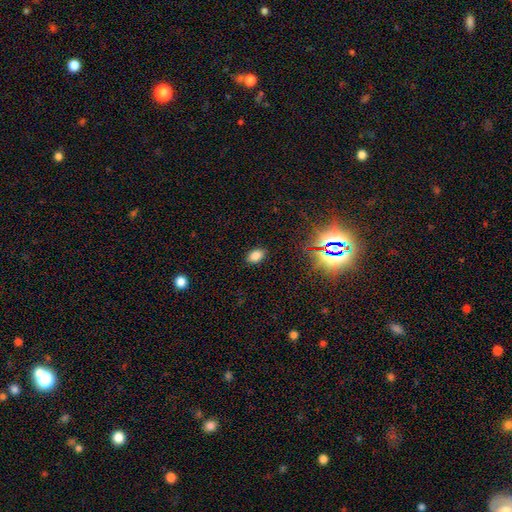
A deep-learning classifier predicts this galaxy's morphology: This appears to be a smooth galaxy with no disk features (78%) that is in between round and cigar-shaped (88%). Merging: none (87%).